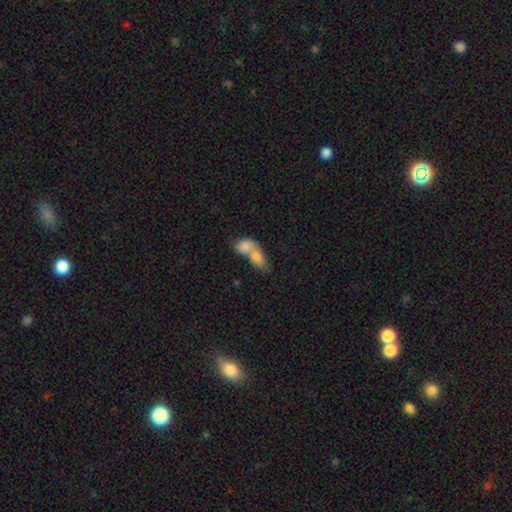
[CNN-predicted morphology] Smooth or featured?
  - smooth: 77% *
  - featured or disk: 16%
  - star or artifact: 7%
How rounded?
  - in between: 82% *
  - round: 11%
  - cigar-shaped: 7%
Merging?
  - merger: 79% *
  - none: 12%
  - minor disturbance: 5%
  - major disturbance: 4%